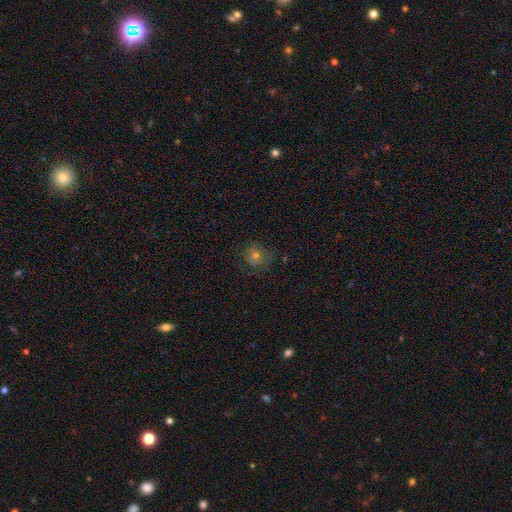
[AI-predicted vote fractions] smooth 64%, star or artifact 20%, featured or disk 17%. Down the decision tree: how rounded — round (88%); merging — none (75%).